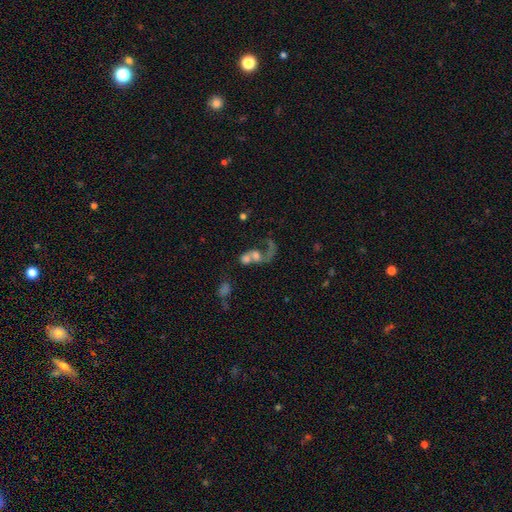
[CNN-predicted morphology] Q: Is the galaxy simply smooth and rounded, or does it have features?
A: featured or disk — 53%.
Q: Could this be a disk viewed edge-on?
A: no — 97%.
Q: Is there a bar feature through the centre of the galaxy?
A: no — 78%.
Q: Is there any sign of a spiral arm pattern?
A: yes — 62%.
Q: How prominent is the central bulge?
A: moderate — 37%.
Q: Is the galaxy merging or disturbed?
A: merger — 62%.